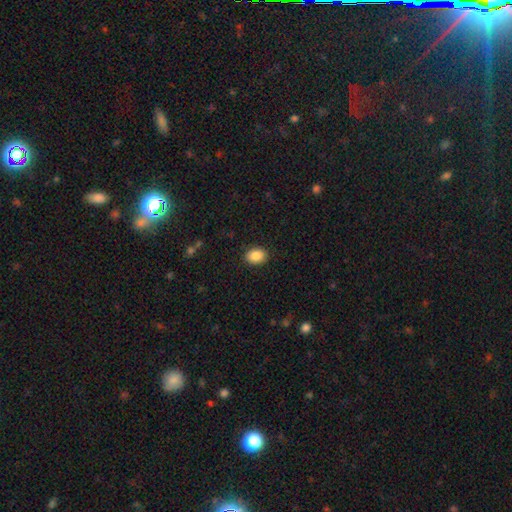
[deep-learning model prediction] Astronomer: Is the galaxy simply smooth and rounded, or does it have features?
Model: smooth — 88%.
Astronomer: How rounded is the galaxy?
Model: in between — 69%.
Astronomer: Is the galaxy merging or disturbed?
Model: none — 89%.